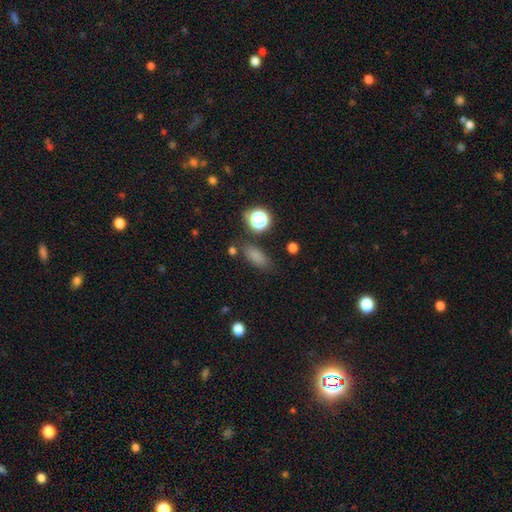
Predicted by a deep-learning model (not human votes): Smooth or featured?
  - smooth: 78% *
  - star or artifact: 15%
  - featured or disk: 7%
How rounded?
  - in between: 73% *
  - cigar-shaped: 18%
  - round: 9%
Merging?
  - none: 77% *
  - minor disturbance: 13%
  - merger: 5%
  - major disturbance: 4%